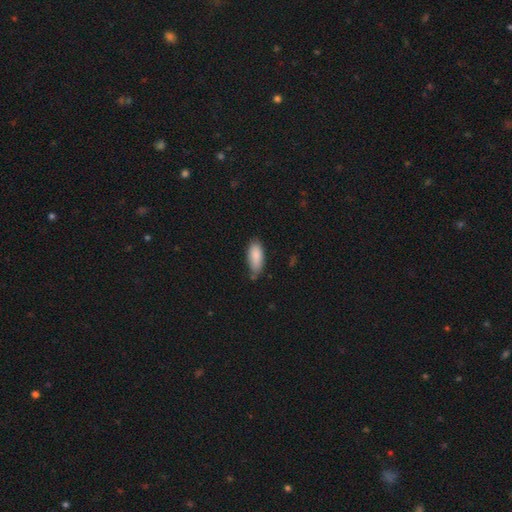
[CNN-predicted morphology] smooth_or_featured: smooth (p=0.87) [alt: featured or disk p=0.06]
how_rounded: in between (p=0.83) [alt: cigar-shaped p=0.15]
merging: none (p=0.62) [alt: minor disturbance p=0.30]